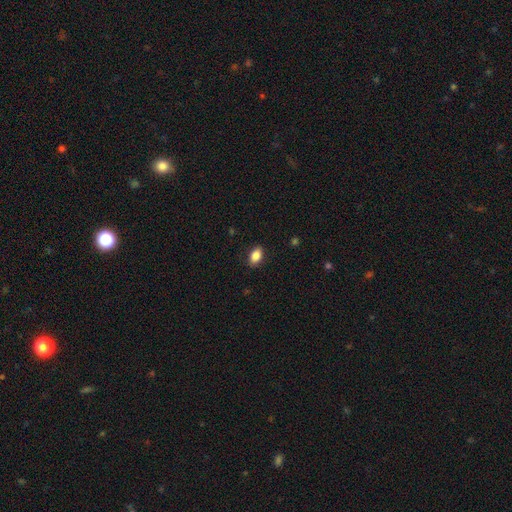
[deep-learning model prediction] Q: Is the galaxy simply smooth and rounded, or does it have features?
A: smooth — 87%.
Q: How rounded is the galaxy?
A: in between — 88%.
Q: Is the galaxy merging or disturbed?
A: none — 88%.